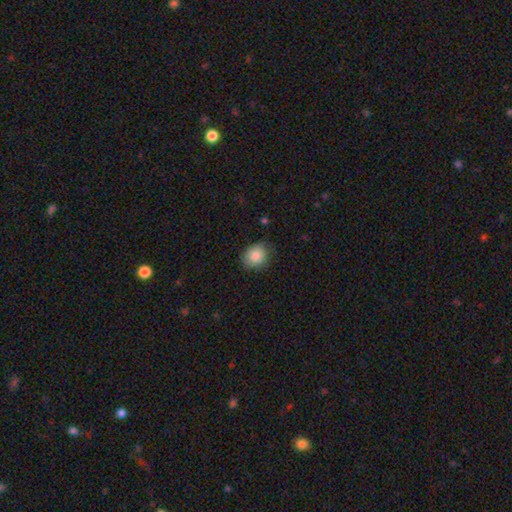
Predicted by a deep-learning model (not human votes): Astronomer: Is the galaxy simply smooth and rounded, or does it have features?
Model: smooth — 86%.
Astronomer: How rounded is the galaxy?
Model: round — 60% (runner-up: in between, 39%).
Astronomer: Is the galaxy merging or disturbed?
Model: none — 75%.